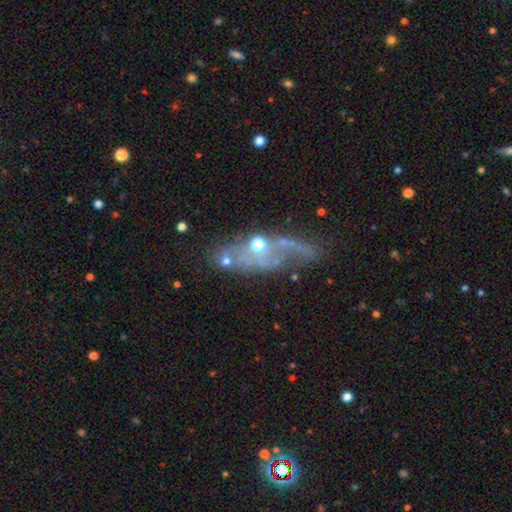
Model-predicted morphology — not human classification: Smooth or featured? Predicted: featured or disk (p=0.66). Edge-on disk? Predicted: no (p=0.78). Bar? Predicted: no (p=0.76). Spiral arms? Predicted: yes (p=0.60). Bulge size? Predicted: moderate (p=0.48). Merging? Predicted: none (p=0.47).